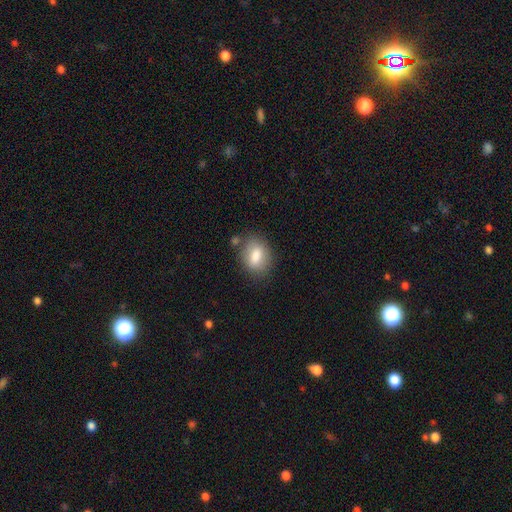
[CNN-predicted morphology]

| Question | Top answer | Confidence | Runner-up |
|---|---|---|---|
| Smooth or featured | smooth | 80% | featured or disk (12%) |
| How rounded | in between | 78% | round (20%) |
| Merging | none | 72% | minor disturbance (17%) |